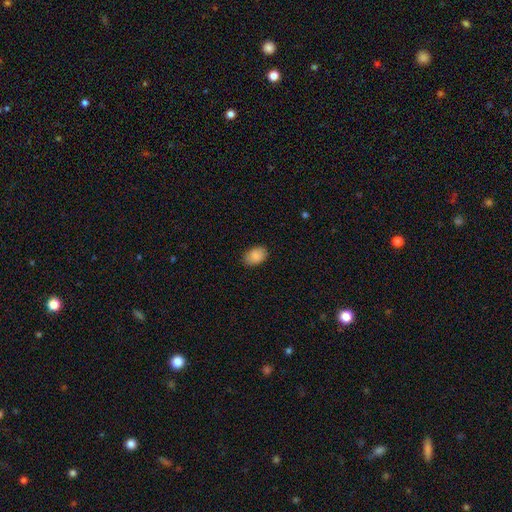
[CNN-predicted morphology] This is clearly a smooth galaxy (87%). How rounded: clearly in between (87%). Merging: clearly none (84%).